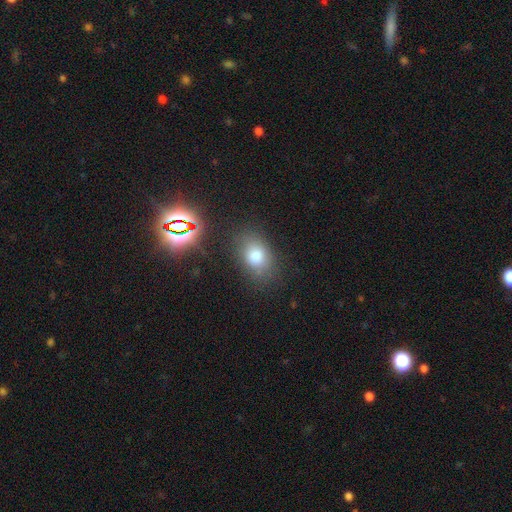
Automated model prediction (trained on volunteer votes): Morphology: type=smooth (73%); roundness=in between (74%); merging=none (77%).